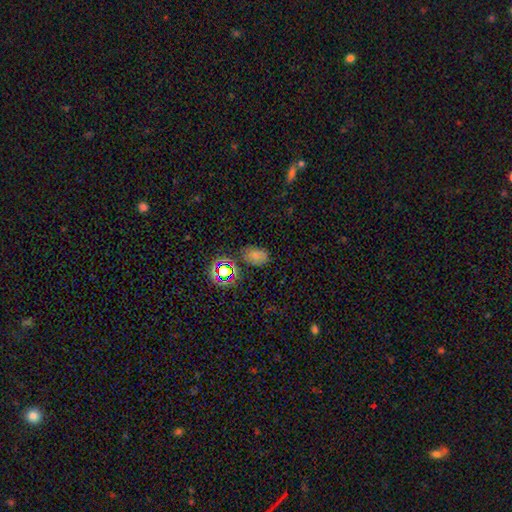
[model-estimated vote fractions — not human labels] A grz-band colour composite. It shows a smooth galaxy with no disk features (59%) that is in between round and cigar-shaped (80%). Merging: none (69%).